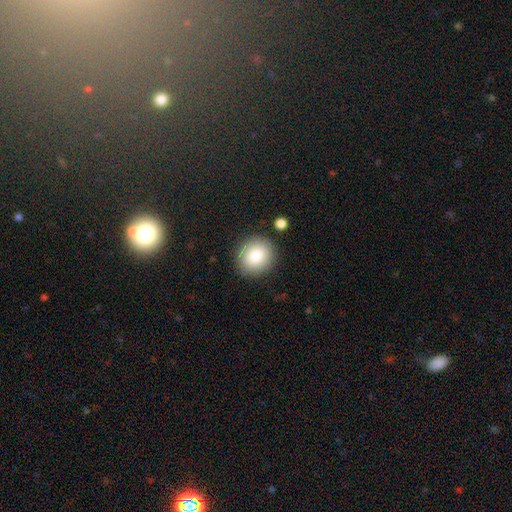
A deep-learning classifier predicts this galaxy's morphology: A smooth galaxy with no disk features (85%) that is round (88%). Merging: none (87%).